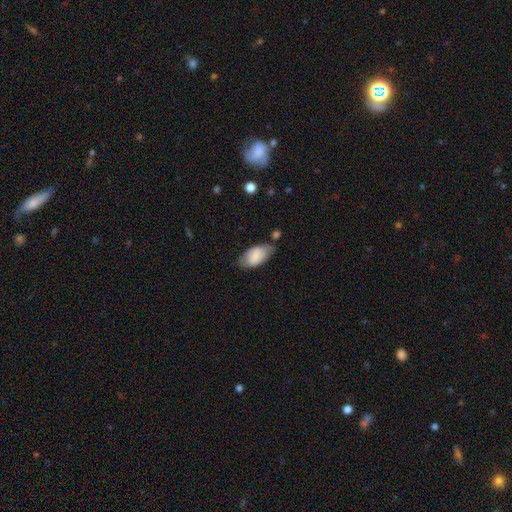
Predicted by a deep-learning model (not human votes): Smooth or featured?
  - smooth: 82% *
  - featured or disk: 11%
  - star or artifact: 6%
How rounded?
  - in between: 94% *
  - cigar-shaped: 4%
  - round: 3%
Merging?
  - none: 58% *
  - minor disturbance: 29%
  - major disturbance: 7%
  - merger: 6%